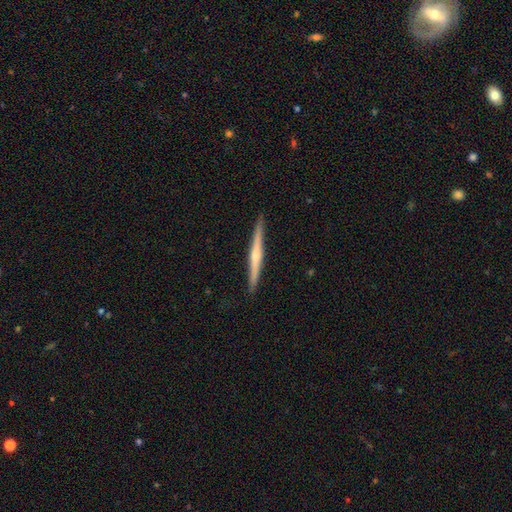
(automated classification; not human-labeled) Smooth or featured: featured or disk — 68% (smooth — 27%)
Edge-on disk: yes — 98% (no — 2%)
Edge-on bulge: rounded — 70% (none — 24%)
Merging: none — 91% (minor disturbance — 7%)